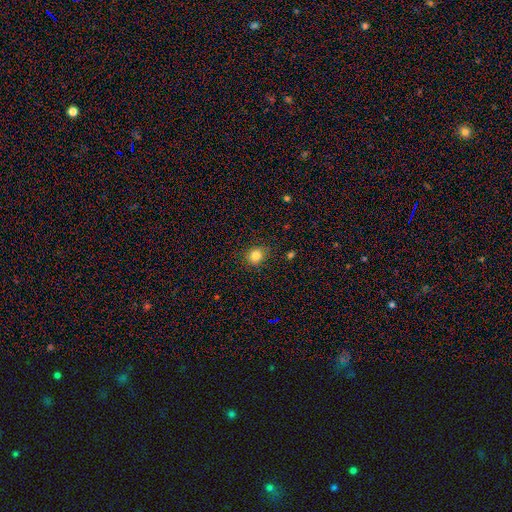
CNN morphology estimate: Smooth or featured?
  - smooth: 83% *
  - star or artifact: 12%
  - featured or disk: 6%
How rounded?
  - round: 76% *
  - in between: 23%
  - cigar-shaped: 1%
Merging?
  - none: 83% *
  - minor disturbance: 13%
  - major disturbance: 3%
  - merger: 1%